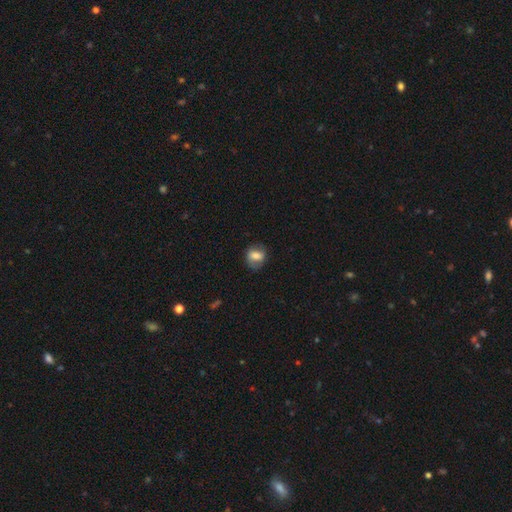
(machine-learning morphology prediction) Q: Smooth or featured?
A: smooth (71%); runner-up: featured or disk (21%)
Q: How rounded?
A: in between (56%); runner-up: round (42%)
Q: Merging?
A: none (72%); runner-up: minor disturbance (20%)